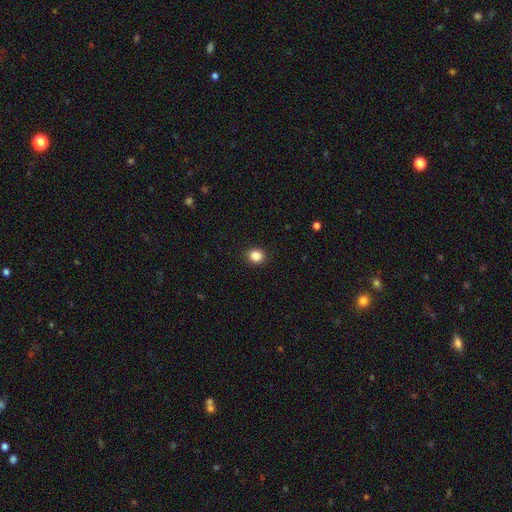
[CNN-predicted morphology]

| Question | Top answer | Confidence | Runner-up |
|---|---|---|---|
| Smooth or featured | smooth | 87% | star or artifact (10%) |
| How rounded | round | 75% | in between (24%) |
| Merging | none | 91% | minor disturbance (6%) |